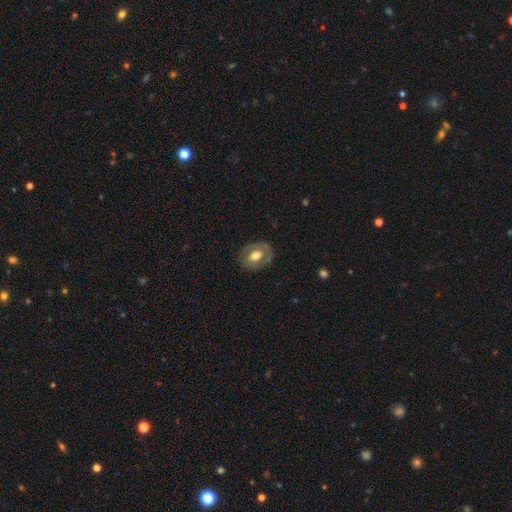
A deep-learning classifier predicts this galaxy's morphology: Smooth or featured? smooth (50%)
Merging? none (78%)